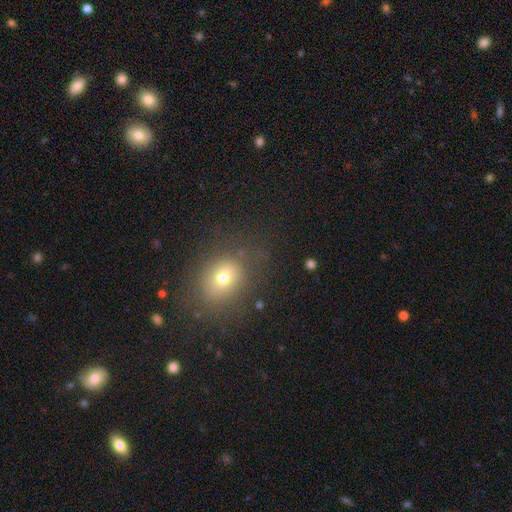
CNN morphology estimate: A smooth galaxy with no disk features (64%) that is in between round and cigar-shaped (54%).

Vote fractions:
- Smooth or featured? smooth: 64% / star or artifact: 24% / featured or disk: 11%
- How rounded? in between: 54% / round: 45% / cigar-shaped: 2%
- Merging? none: 85% / minor disturbance: 10% / major disturbance: 4% / merger: 2%